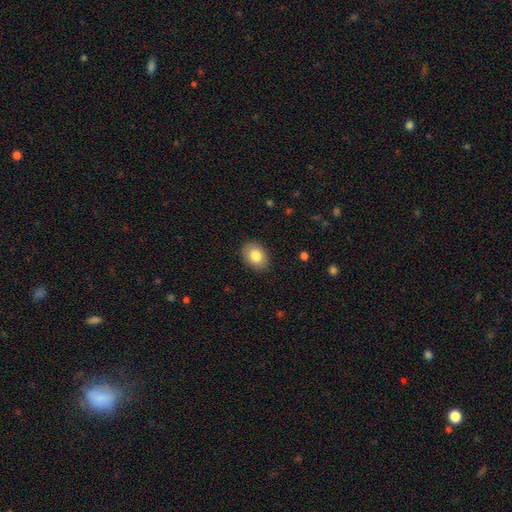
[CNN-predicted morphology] smooth 83%, featured or disk 9%, star or artifact 7%. Down the decision tree: how rounded — in between (75%); merging — none (87%).